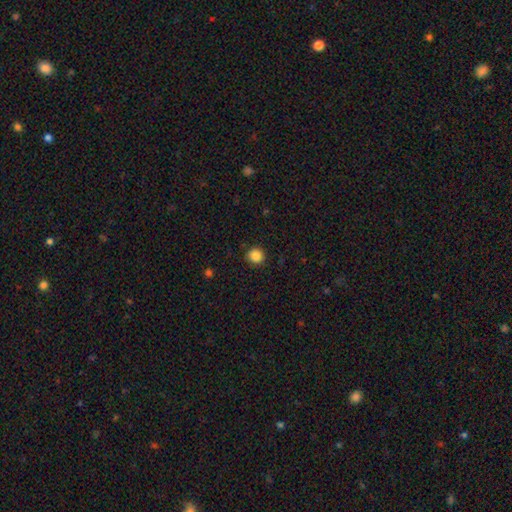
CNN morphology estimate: This appears to be a smooth galaxy with no disk features (86%) that is round (92%). Merging: none (91%).